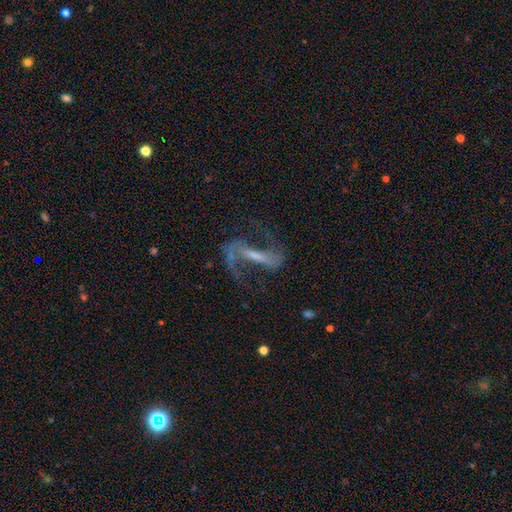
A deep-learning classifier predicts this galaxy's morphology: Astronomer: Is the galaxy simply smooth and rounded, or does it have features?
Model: featured or disk — 86%.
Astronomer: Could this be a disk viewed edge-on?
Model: no — 91%.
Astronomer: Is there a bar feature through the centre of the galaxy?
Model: strong — 65%.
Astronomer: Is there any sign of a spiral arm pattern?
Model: yes — 95%.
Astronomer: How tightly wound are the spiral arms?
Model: loose — 62%.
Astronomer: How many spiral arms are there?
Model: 2 — 91%.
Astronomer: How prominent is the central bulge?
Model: small — 37% (runner-up: none, 33%).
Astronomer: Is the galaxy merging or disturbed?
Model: none — 66%.